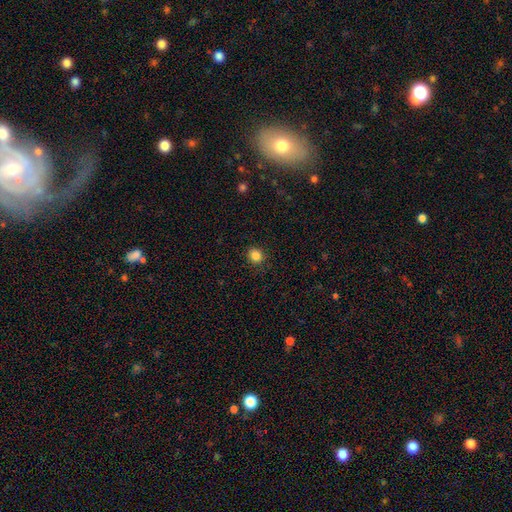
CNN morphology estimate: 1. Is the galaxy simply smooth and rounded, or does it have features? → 85% smooth, 12% star or artifact, 4% featured or disk.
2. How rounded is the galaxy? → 86% round, 13% in between, 1% cigar-shaped.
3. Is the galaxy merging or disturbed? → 90% none, 7% minor disturbance, 2% major disturbance, 1% merger.